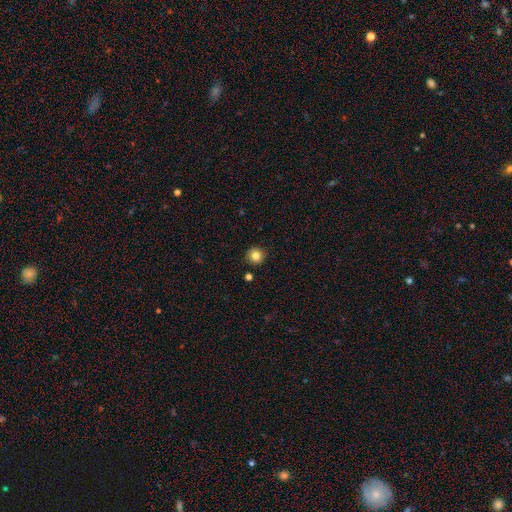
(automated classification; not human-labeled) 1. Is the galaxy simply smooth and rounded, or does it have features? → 83% smooth, 11% star or artifact, 6% featured or disk.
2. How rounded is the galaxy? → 95% round, 4% in between, 1% cigar-shaped.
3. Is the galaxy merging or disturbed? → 91% none, 5% minor disturbance, 2% merger, 2% major disturbance.